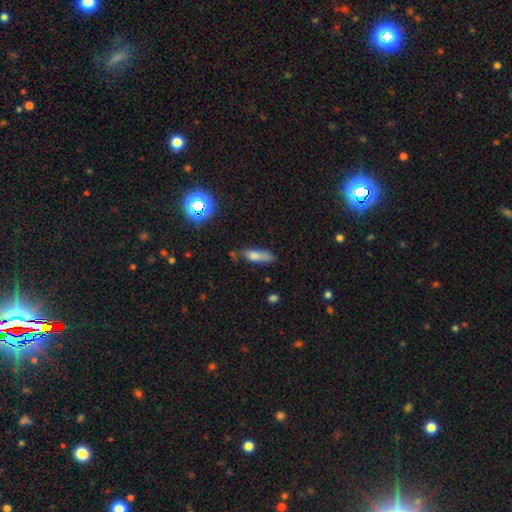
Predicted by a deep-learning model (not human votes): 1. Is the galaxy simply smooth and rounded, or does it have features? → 74% smooth, 14% featured or disk, 12% star or artifact.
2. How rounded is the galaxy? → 52% in between, 44% cigar-shaped, 4% round.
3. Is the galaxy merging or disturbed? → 52% none, 31% minor disturbance, 11% major disturbance, 6% merger.